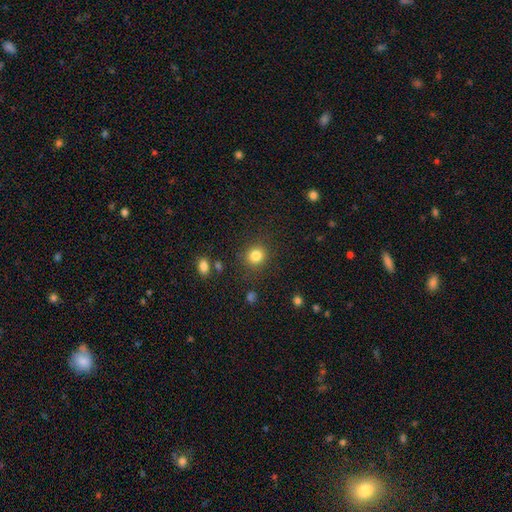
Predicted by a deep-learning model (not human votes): Smooth or featured? Predicted: smooth (p=0.83). How rounded? Predicted: round (p=0.85). Merging? Predicted: none (p=0.86).